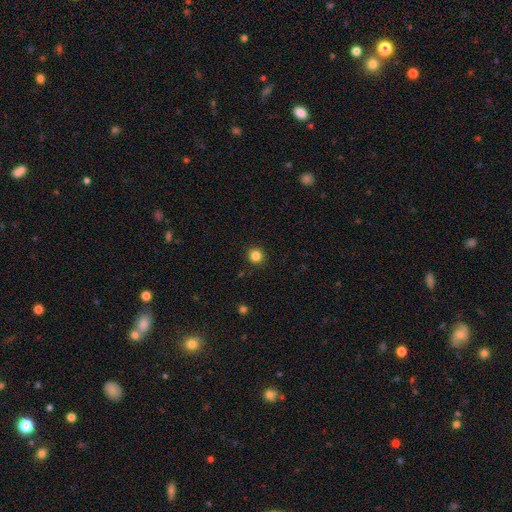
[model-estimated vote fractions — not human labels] This is clearly a smooth galaxy (83%). How rounded: clearly round (94%). Merging: clearly none (92%).